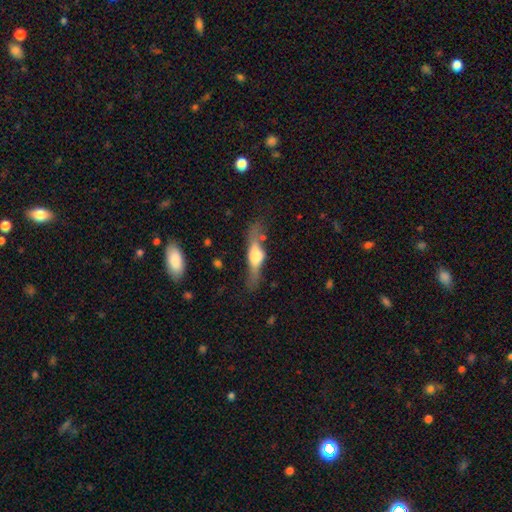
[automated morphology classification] smooth_or_featured: featured or disk (p=0.66) [alt: smooth p=0.28]
disk_edge_on: yes (p=0.89) [alt: no p=0.11]
edge_on_bulge: rounded (p=0.86) [alt: boxy p=0.11]
merging: none (p=0.65) [alt: minor disturbance p=0.21]